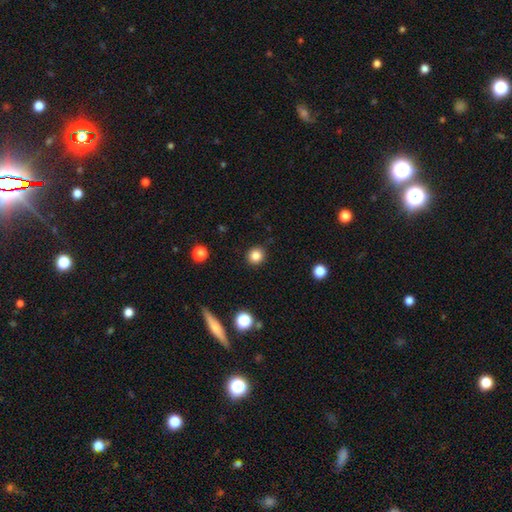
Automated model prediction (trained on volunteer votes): Q: Smooth or featured?
A: smooth (84%); runner-up: star or artifact (11%)
Q: How rounded?
A: round (90%); runner-up: in between (9%)
Q: Merging?
A: none (90%); runner-up: minor disturbance (6%)